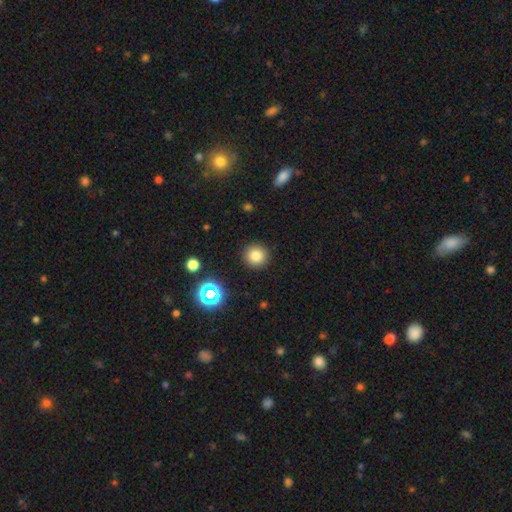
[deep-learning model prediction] Smooth or featured: smooth — 79% (star or artifact — 15%)
How rounded: round — 94% (in between — 5%)
Merging: none — 91% (minor disturbance — 6%)